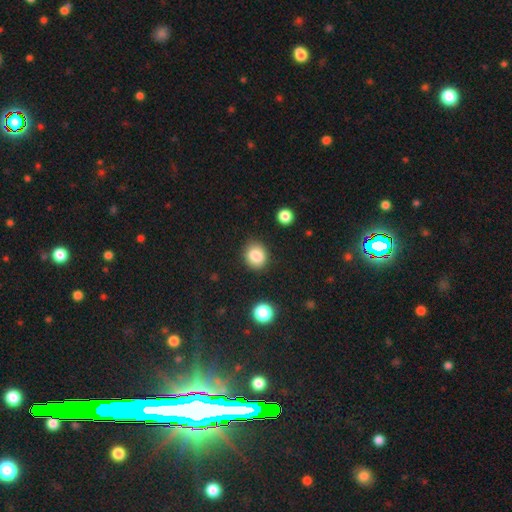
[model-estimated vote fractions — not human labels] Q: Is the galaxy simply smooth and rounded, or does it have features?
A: smooth — 84%.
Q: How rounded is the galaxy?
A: round — 66%.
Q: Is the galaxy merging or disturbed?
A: none — 82%.